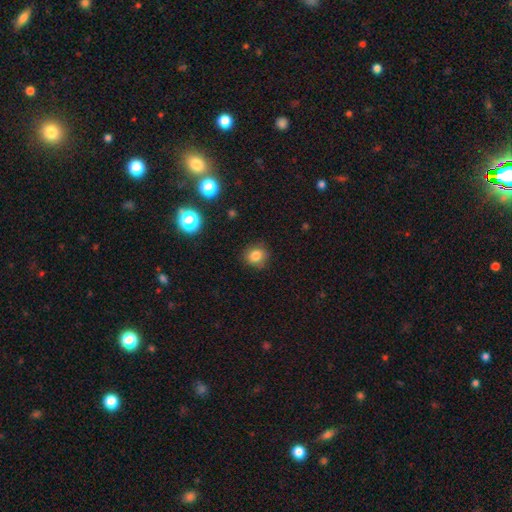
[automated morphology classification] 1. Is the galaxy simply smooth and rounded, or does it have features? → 81% smooth, 13% star or artifact, 7% featured or disk.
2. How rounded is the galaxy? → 81% round, 18% in between, 1% cigar-shaped.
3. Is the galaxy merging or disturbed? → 84% none, 12% minor disturbance, 3% major disturbance, 1% merger.